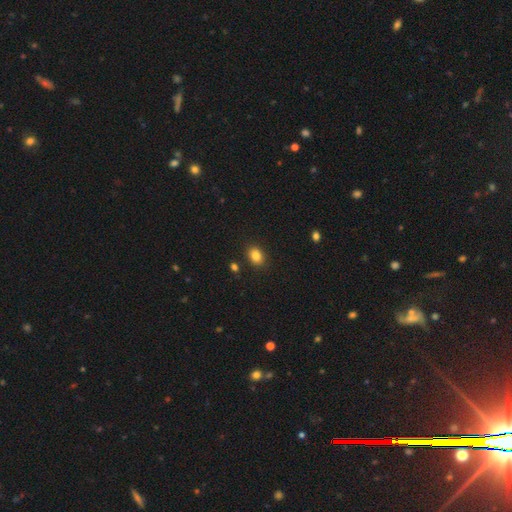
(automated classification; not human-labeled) Morphology: type=smooth (84%); roundness=in between (67%); merging=none (87%).